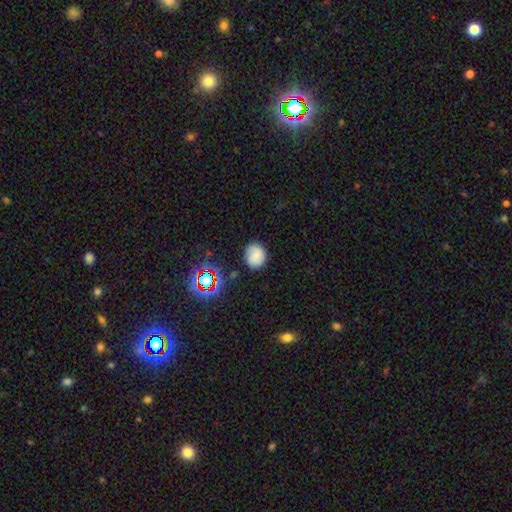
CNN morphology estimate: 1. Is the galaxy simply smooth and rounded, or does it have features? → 72% smooth, 15% featured or disk, 14% star or artifact.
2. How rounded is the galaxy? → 74% round, 25% in between, 1% cigar-shaped.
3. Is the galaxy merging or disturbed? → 81% none, 14% minor disturbance, 4% major disturbance, 2% merger.